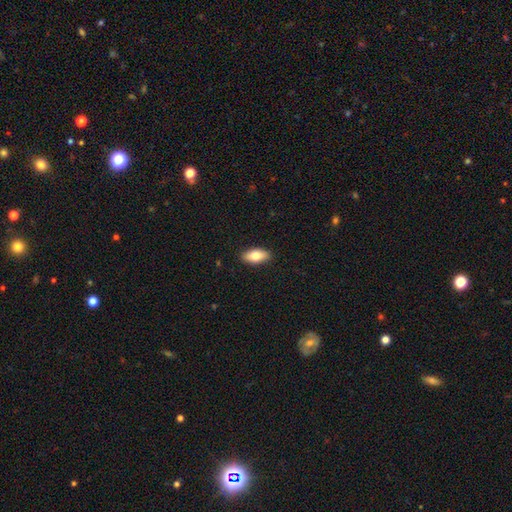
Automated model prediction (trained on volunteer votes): The model was most divided on "smooth or featured": smooth: 77%, featured or disk: 17%, star or artifact: 6%. More confident: merging — none (90%); how rounded — in between (87%).